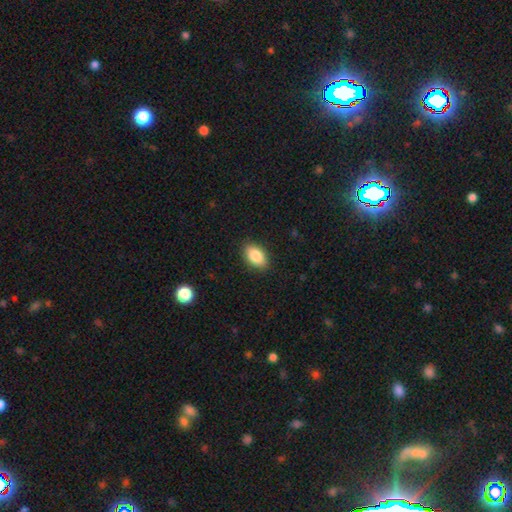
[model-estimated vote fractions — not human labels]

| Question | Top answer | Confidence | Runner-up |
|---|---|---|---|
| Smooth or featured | smooth | 85% | featured or disk (7%) |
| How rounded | in between | 91% | round (7%) |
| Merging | none | 88% | minor disturbance (9%) |